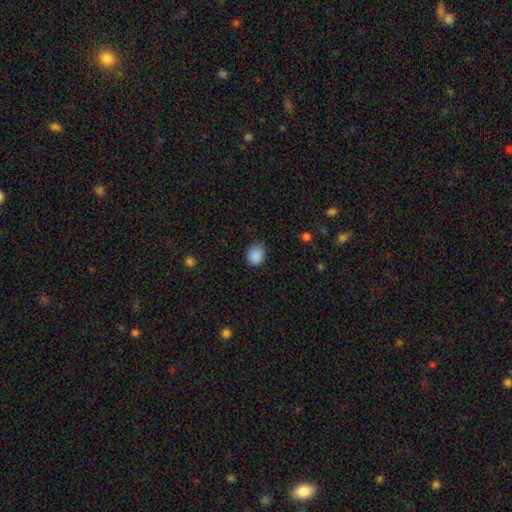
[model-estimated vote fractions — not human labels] This is clearly a smooth galaxy (88%). How rounded: likely round (61%). Merging: likely none (70%).